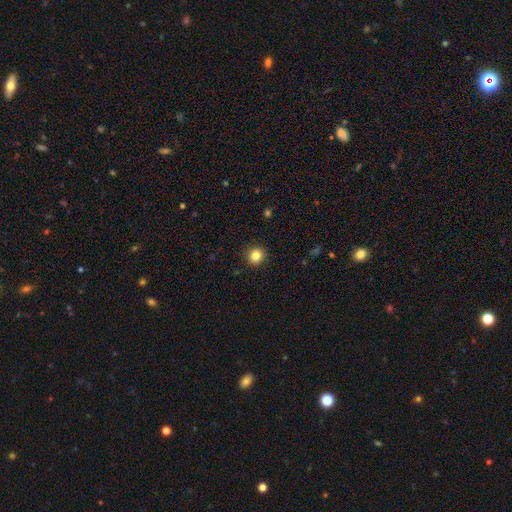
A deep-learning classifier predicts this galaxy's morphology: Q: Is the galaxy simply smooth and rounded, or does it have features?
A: smooth — 83%.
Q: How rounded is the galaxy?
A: round — 91%.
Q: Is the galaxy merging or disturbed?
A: none — 92%.